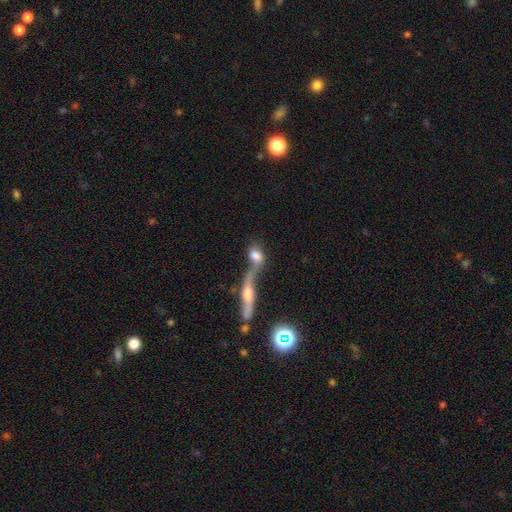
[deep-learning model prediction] A smooth galaxy with no disk features (67%) that is in between round and cigar-shaped (65%). Merging: merger (65%).